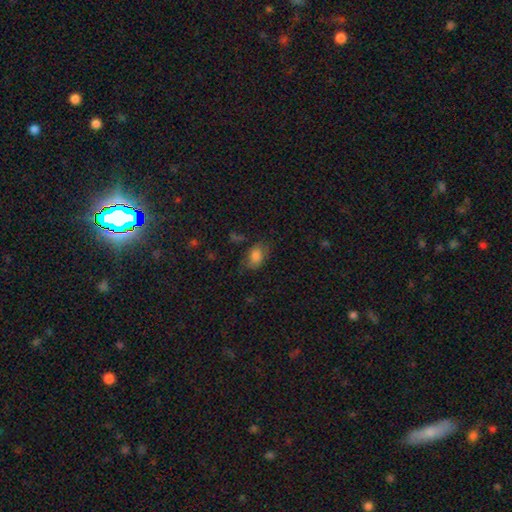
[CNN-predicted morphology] smooth 80%, featured or disk 10%, star or artifact 10%. Down the decision tree: how rounded — in between (85%); merging — none (66%).